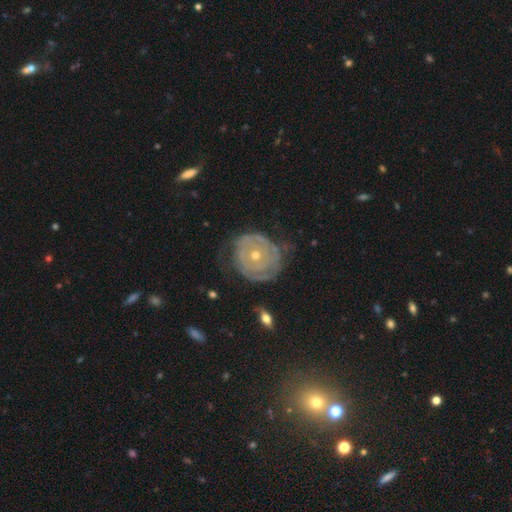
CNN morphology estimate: type=featured or disk (80%); edge-on=no (97%); bar=no (86%); spiral arms=yes (79%); winding=tight (82%); arm count=can't tell (46%); bulge=small (55%); merging=none (64%).